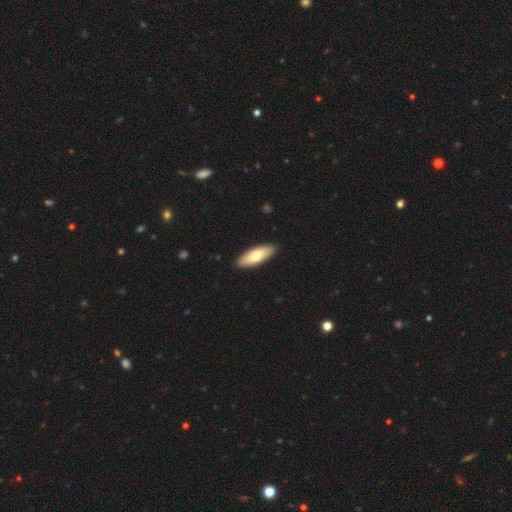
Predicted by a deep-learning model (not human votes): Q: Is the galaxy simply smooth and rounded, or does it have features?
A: smooth — 72%.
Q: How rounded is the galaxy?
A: in between — 71%.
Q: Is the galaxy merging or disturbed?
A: none — 90%.